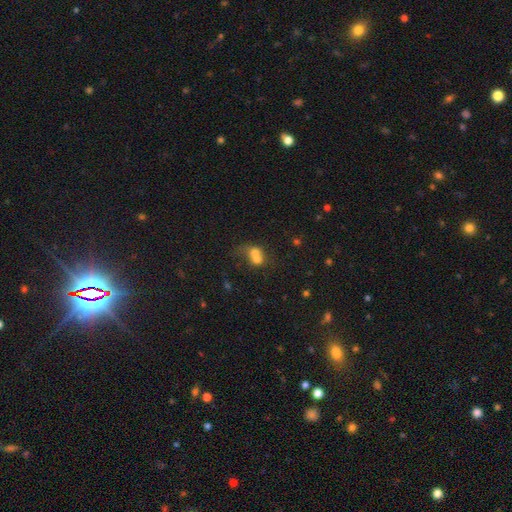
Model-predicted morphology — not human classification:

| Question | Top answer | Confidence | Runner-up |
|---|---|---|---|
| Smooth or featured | smooth | 62% | featured or disk (25%) |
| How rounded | round | 66% | in between (33%) |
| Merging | merger | 71% | none (17%) |